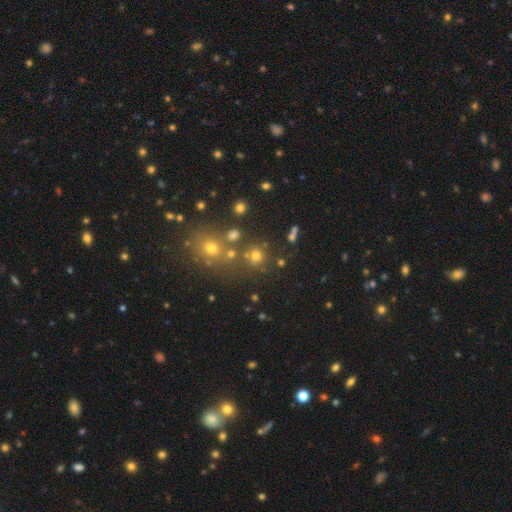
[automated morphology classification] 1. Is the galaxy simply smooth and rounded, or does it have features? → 66% smooth, 24% star or artifact, 10% featured or disk.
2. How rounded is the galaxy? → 87% round, 12% in between, 1% cigar-shaped.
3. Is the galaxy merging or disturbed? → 71% none, 16% merger, 9% minor disturbance, 5% major disturbance.